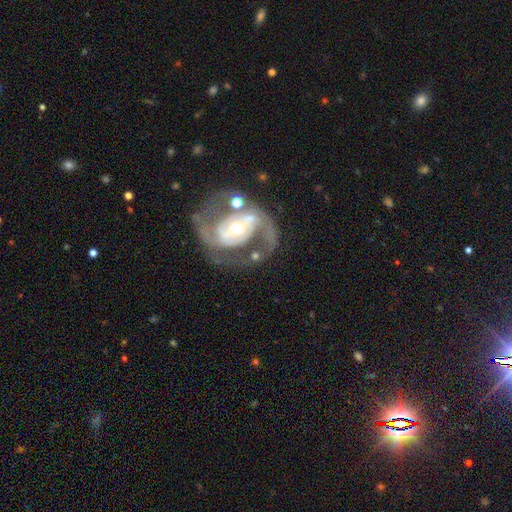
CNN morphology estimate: Overall: featured or disk (86%). Edge-on disk: no (97%). Bar: no (37%; weak 33%). Spiral arms: yes (89%). Spiral arm count: 2 (83%). Spiral winding: medium (51%; tight 27%). Bulge size: moderate (65%; small 26%). Merging: none (55%; major disturbance 19%).